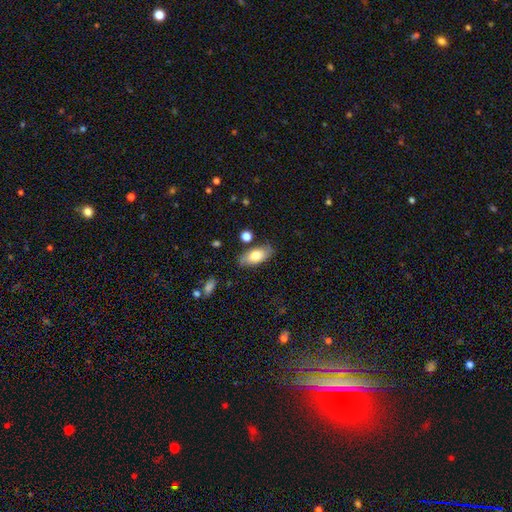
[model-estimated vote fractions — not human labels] Smooth or featured? Predicted: smooth (p=0.72). How rounded? Predicted: in between (p=0.89). Merging? Predicted: none (p=0.79).